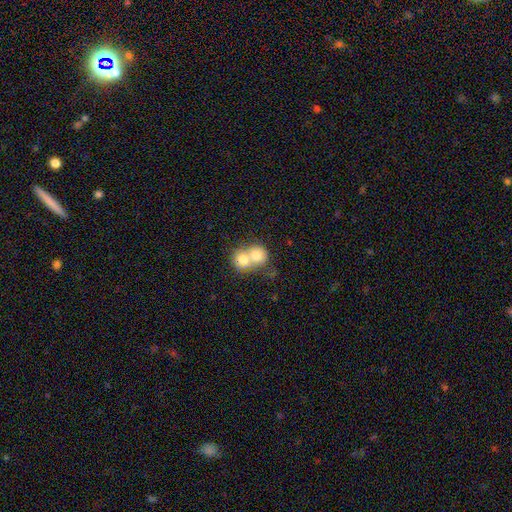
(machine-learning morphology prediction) Smooth or featured: smooth — 74% (featured or disk — 18%)
How rounded: round — 73% (in between — 27%)
Merging: merger — 75% (none — 19%)